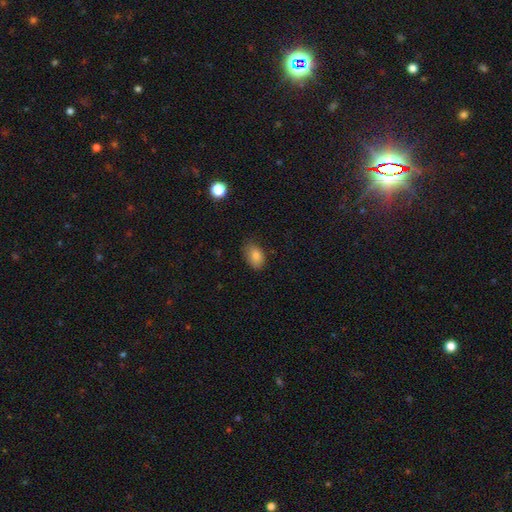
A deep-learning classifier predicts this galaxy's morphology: This is clearly a smooth galaxy (85%). How rounded: clearly in between (87%). Merging: likely none (75%).